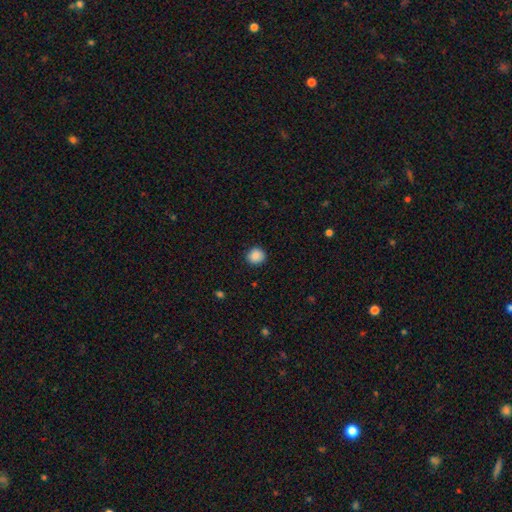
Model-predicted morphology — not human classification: This is clearly a smooth galaxy (88%). How rounded: clearly round (87%). Merging: clearly none (89%).